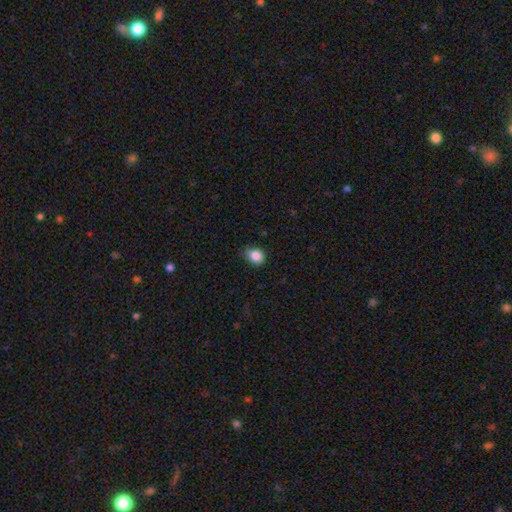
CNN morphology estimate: Overall: smooth (86%). How rounded: round (55%; in between 44%). Merging: none (69%).